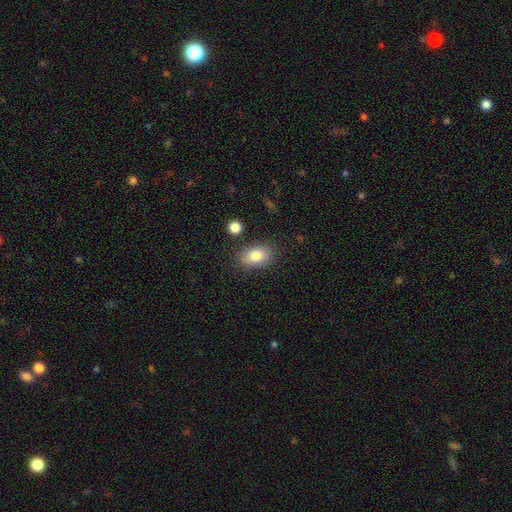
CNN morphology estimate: A smooth galaxy with no disk features (82%) that is in between round and cigar-shaped (85%).

Vote fractions:
- Smooth or featured? smooth: 82% / featured or disk: 10% / star or artifact: 8%
- How rounded? in between: 85% / round: 13% / cigar-shaped: 2%
- Merging? none: 82% / minor disturbance: 11% / merger: 3% / major disturbance: 3%